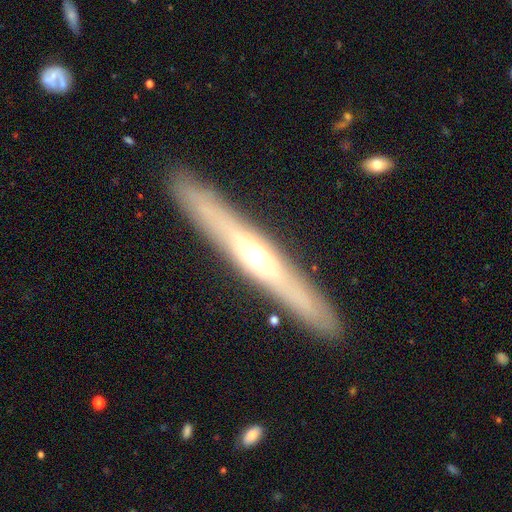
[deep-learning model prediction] Morphology: type=featured or disk (67%); edge-on=yes (91%); edge-on bulge=rounded (82%); merging=none (90%).